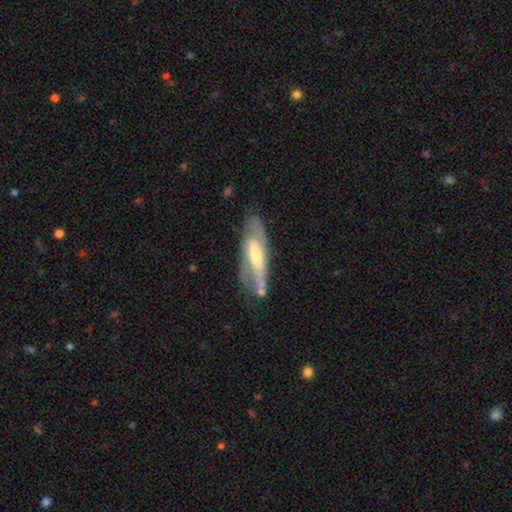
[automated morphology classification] type=featured or disk (74%); edge-on=no (79%); bar=weak (37%); spiral arms=yes (81%); bulge=moderate (51%); merging=none (69%).